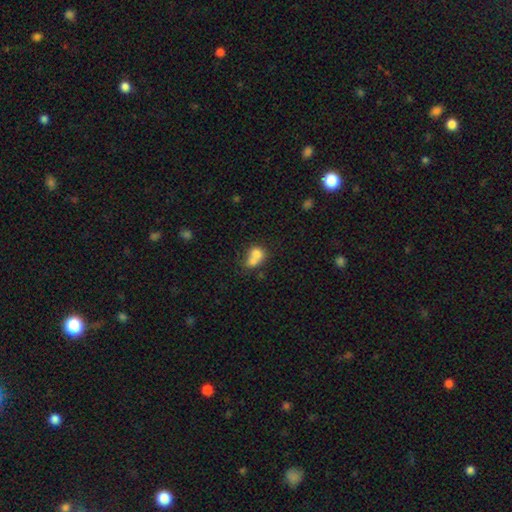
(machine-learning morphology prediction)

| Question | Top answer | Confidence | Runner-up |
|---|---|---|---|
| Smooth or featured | smooth | 72% | featured or disk (18%) |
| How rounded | round | 59% | in between (40%) |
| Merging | merger | 68% | none (21%) |